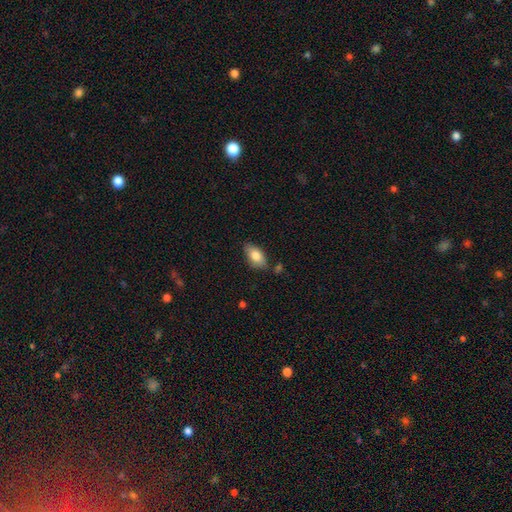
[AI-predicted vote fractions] This is clearly a smooth galaxy (81%). How rounded: clearly in between (92%). Merging: likely none (74%).